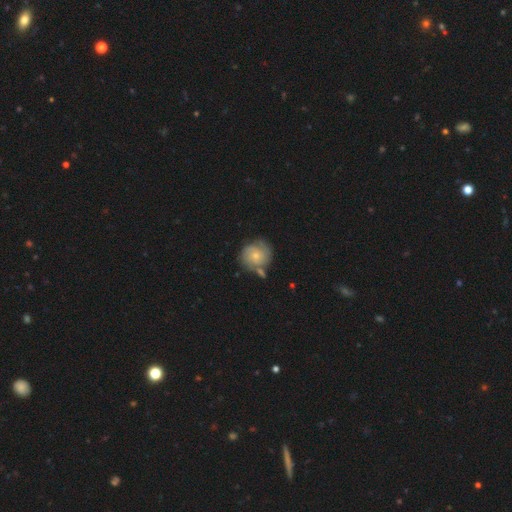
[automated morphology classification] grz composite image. It shows a featured or disk galaxy (59%) with no bar (81%), spiral arms (84%) and a small central bulge (62%). Merging: none (58%).